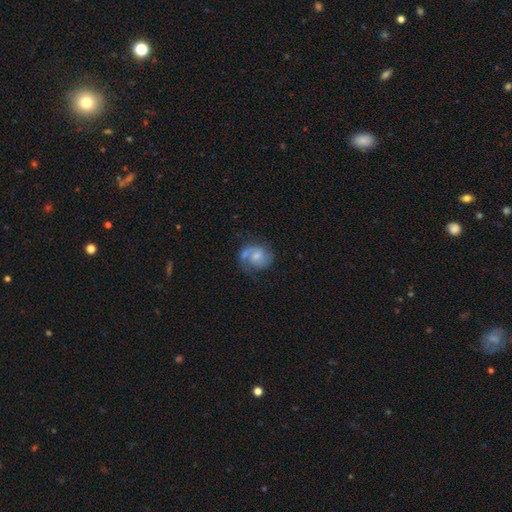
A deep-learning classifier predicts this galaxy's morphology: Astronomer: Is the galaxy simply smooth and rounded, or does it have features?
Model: featured or disk — 71%.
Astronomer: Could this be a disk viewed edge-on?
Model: no — 98%.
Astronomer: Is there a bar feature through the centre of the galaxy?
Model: no — 62%.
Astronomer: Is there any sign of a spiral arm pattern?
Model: yes — 92%.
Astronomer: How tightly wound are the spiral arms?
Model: medium — 45% (runner-up: tight, 33%).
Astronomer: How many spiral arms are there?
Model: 2 — 64%.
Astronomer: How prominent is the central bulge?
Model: small — 46% (runner-up: moderate, 40%).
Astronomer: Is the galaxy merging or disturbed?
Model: none — 59%.